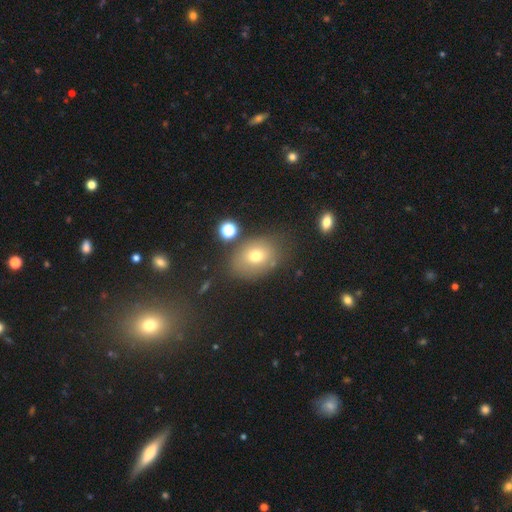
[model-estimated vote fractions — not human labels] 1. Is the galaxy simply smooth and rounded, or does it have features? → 69% smooth, 17% featured or disk, 14% star or artifact.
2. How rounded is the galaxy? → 60% in between, 39% round, 1% cigar-shaped.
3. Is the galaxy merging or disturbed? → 69% none, 16% minor disturbance, 8% merger, 7% major disturbance.